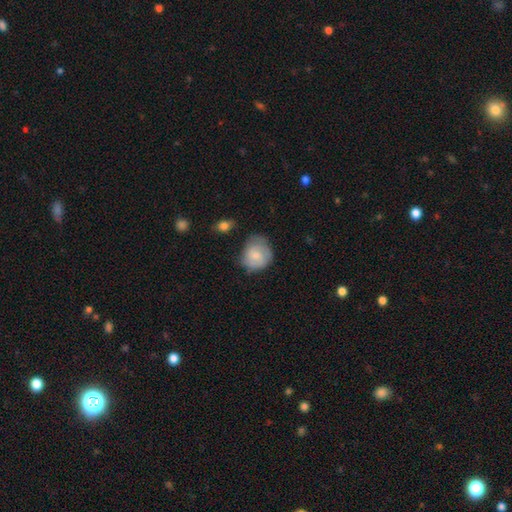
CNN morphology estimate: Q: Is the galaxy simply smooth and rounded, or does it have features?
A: smooth — 69%.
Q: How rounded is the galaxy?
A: round — 73%.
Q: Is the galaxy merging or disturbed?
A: none — 52%.